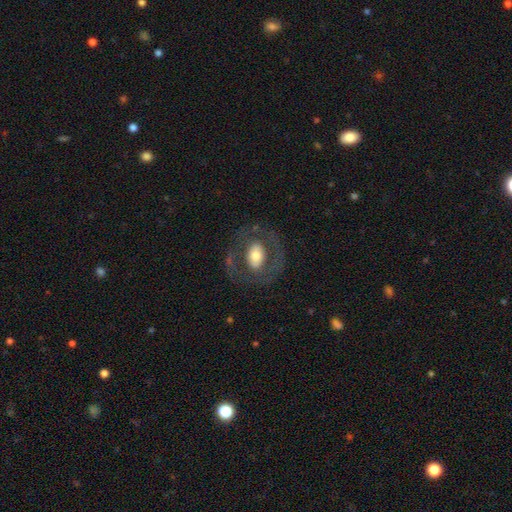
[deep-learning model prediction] Overall: featured or disk (55%; smooth 39%). Edge-on disk: no (93%). Bar: no (60%; weak 23%). Spiral arms: no (69%; yes 31%). Bulge size: moderate (56%; large 23%). Merging: none (71%).